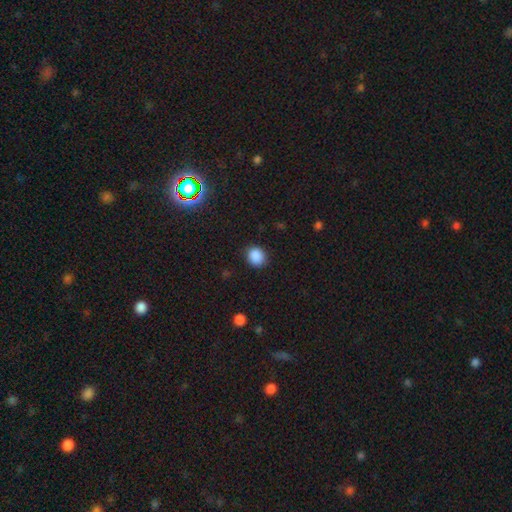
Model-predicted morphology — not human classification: Smooth or featured?
  - smooth: 87% *
  - star or artifact: 10%
  - featured or disk: 3%
How rounded?
  - round: 71% *
  - in between: 28%
  - cigar-shaped: 1%
Merging?
  - none: 86% *
  - minor disturbance: 10%
  - major disturbance: 3%
  - merger: 1%